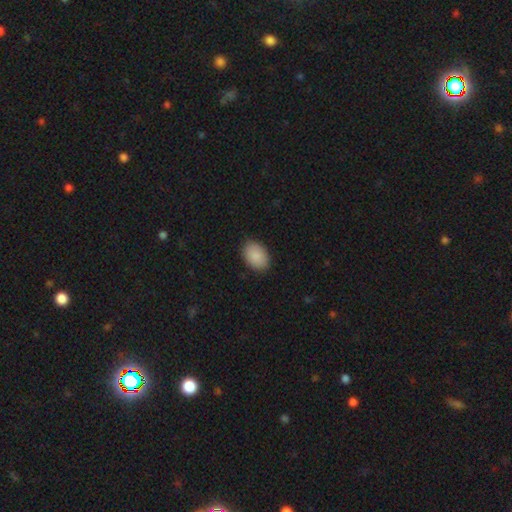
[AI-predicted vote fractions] Smooth or featured?
  - smooth: 89% *
  - star or artifact: 6%
  - featured or disk: 4%
How rounded?
  - in between: 83% *
  - round: 16%
  - cigar-shaped: 1%
Merging?
  - none: 87% *
  - minor disturbance: 10%
  - major disturbance: 2%
  - merger: 1%